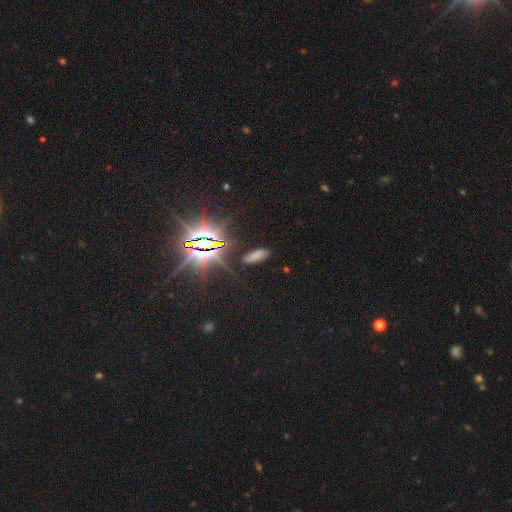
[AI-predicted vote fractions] Smooth or featured: smooth — 60% (star or artifact — 32%)
How rounded: in between — 74% (cigar-shaped — 23%)
Merging: none — 84% (minor disturbance — 10%)